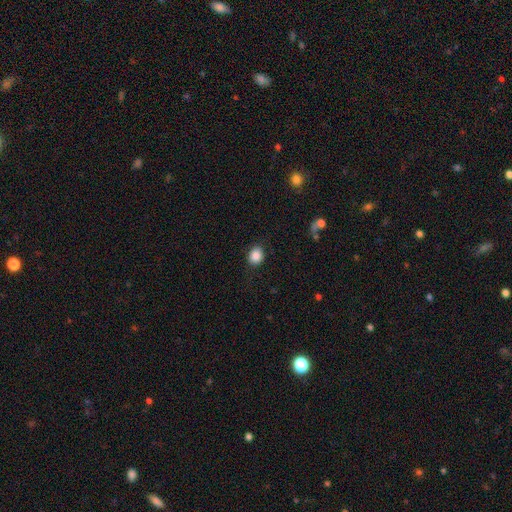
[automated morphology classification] This is clearly a smooth galaxy (87%). How rounded: possibly round (60%). Merging: clearly none (85%).